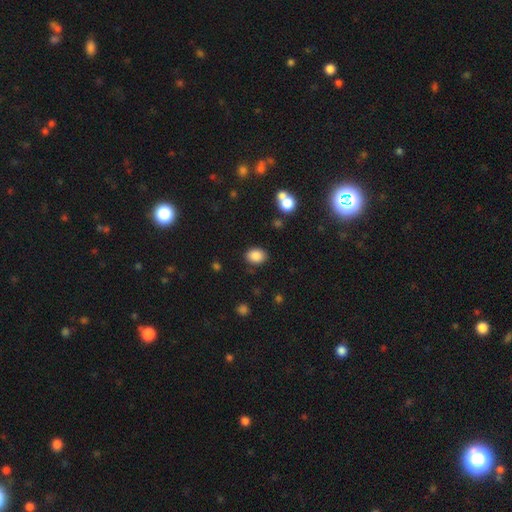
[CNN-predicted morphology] This is clearly a smooth galaxy (86%). How rounded: likely in between (63%). Merging: clearly none (85%).